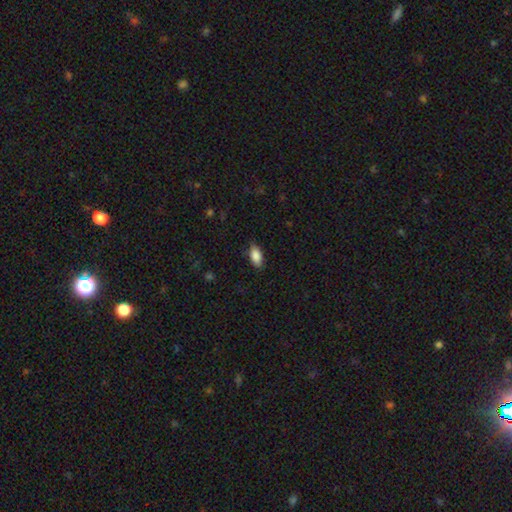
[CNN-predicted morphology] type=smooth (87%); roundness=in between (90%); merging=none (84%).